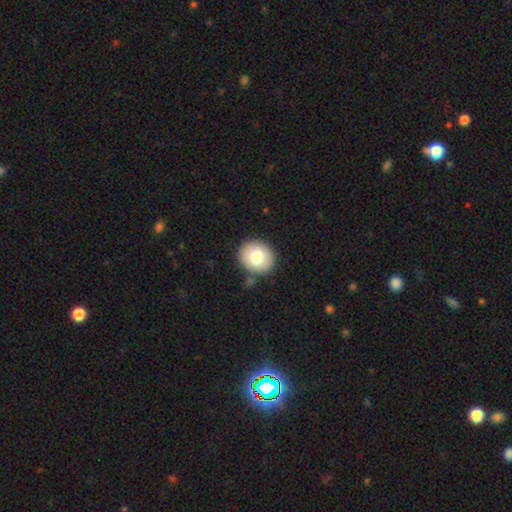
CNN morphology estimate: This appears to be a smooth galaxy with no disk features (78%) that is round (81%). Merging: none (88%).